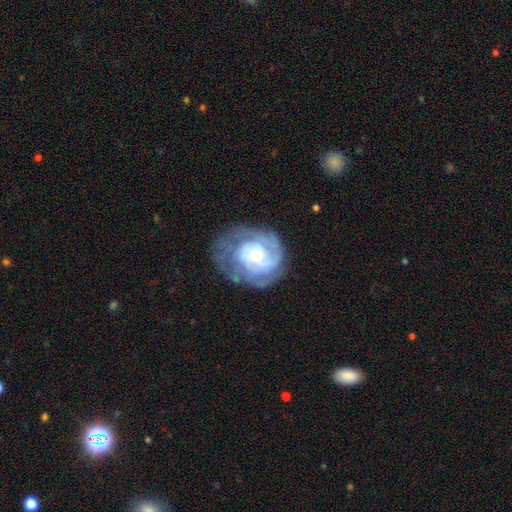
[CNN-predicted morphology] Overall: featured or disk (76%). Edge-on disk: no (97%). Bar: no (73%). Spiral arms: yes (88%). Spiral arm count: can't tell (42%; 2 24%). Spiral winding: tight (62%; medium 29%). Bulge size: small (55%; moderate 36%). Merging: none (59%; minor disturbance 22%).